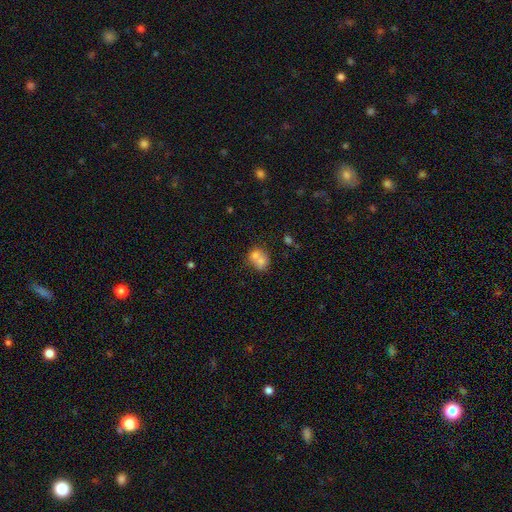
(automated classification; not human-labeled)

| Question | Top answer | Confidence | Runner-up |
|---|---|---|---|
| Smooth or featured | smooth | 70% | featured or disk (19%) |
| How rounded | round | 61% | in between (38%) |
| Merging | merger | 62% | none (28%) |